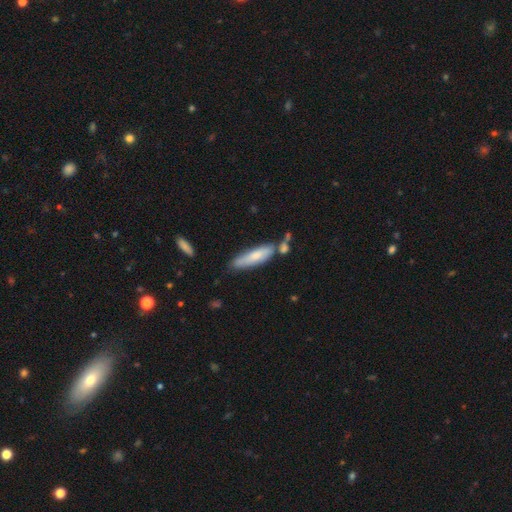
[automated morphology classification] Smooth or featured? Predicted: smooth (p=0.71). How rounded? Predicted: cigar-shaped (p=0.72). Merging? Predicted: none (p=0.60).